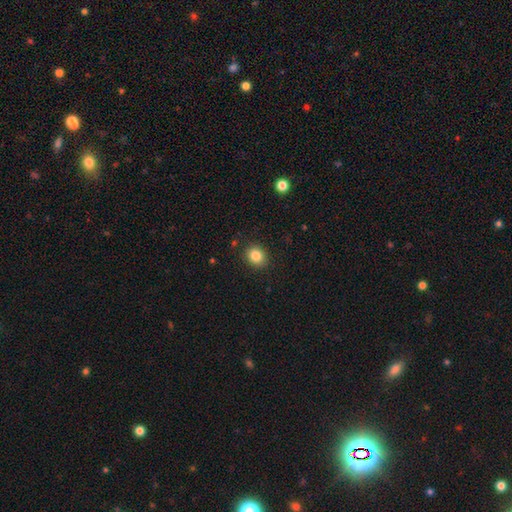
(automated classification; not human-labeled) Smooth or featured: smooth — 84% (star or artifact — 10%)
How rounded: round — 68% (in between — 32%)
Merging: none — 89% (minor disturbance — 8%)